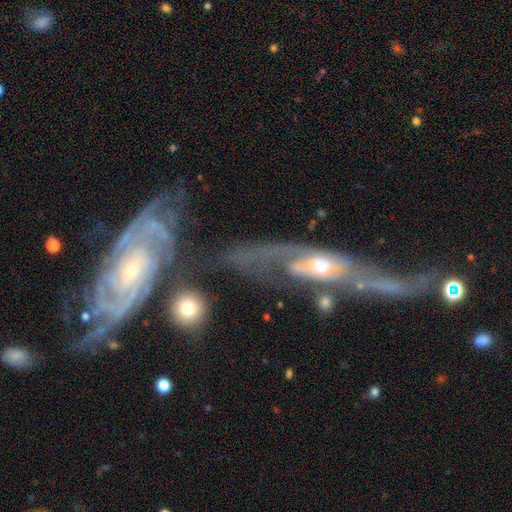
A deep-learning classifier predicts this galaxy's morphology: This appears to be a featured or disk galaxy (85%) with no bar (61%), 2 (57%) tight (39%) spiral arms (91%) and a small central bulge (52%). Merging: none (38%).